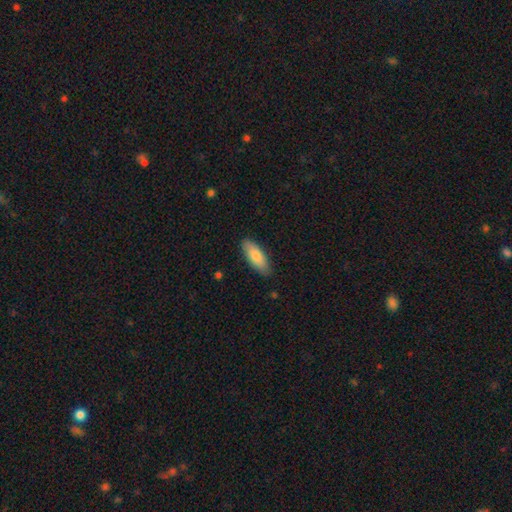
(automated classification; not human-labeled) This is clearly a smooth galaxy (83%). How rounded: likely in between (69%). Merging: clearly none (87%).